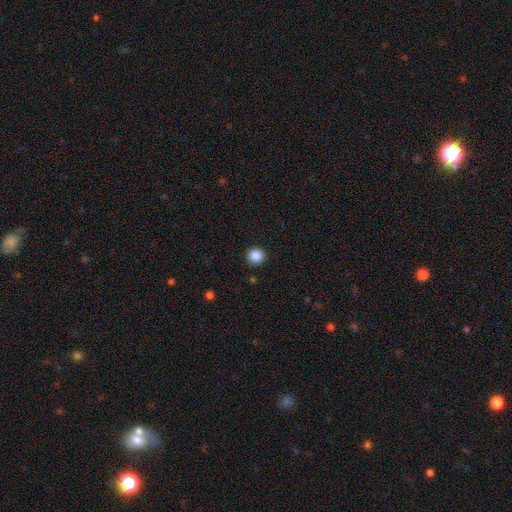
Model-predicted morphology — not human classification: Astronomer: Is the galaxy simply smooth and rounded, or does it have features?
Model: smooth — 87%.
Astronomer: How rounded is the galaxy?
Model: round — 92%.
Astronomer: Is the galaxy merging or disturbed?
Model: none — 91%.